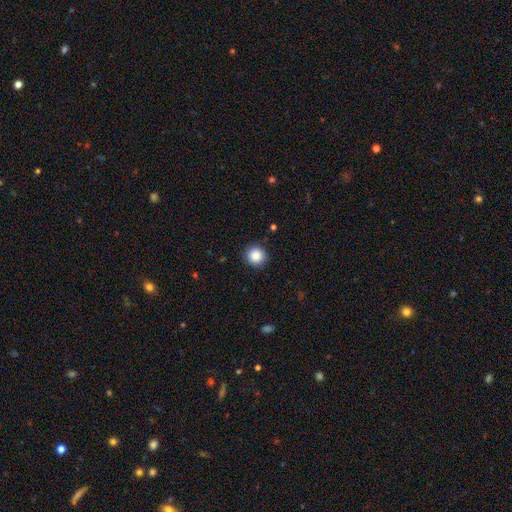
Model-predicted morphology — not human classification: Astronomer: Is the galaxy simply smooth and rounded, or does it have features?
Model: smooth — 87%.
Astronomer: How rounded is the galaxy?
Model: round — 93%.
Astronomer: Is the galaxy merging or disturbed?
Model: none — 89%.